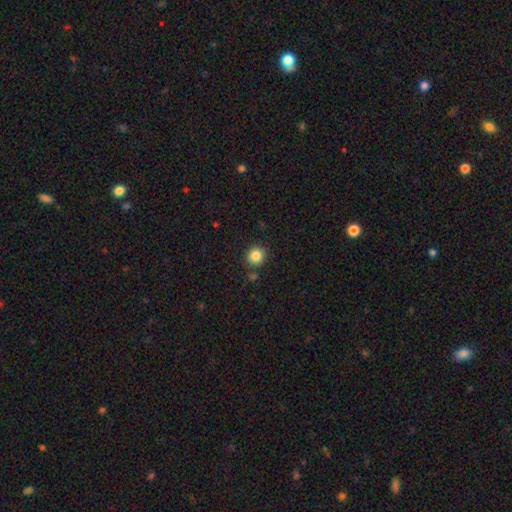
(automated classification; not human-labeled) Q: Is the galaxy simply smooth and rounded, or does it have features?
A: smooth — 84%.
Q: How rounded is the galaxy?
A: round — 92%.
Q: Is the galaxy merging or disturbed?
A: none — 85%.